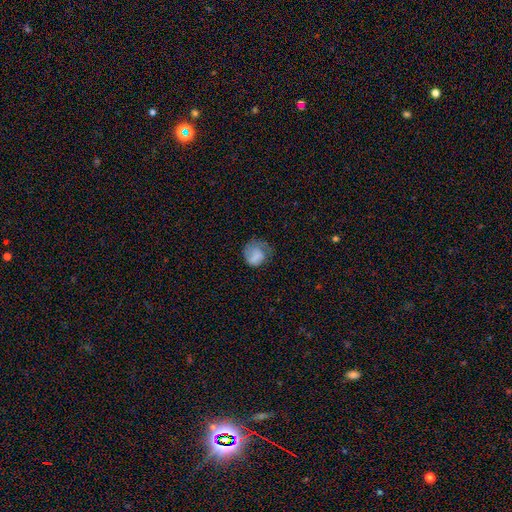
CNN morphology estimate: The model was most divided on "merging": none: 39%, minor disturbance: 31%, major disturbance: 28%, merger: 2%. More confident: smooth or featured — smooth (74%); how rounded — round (73%).